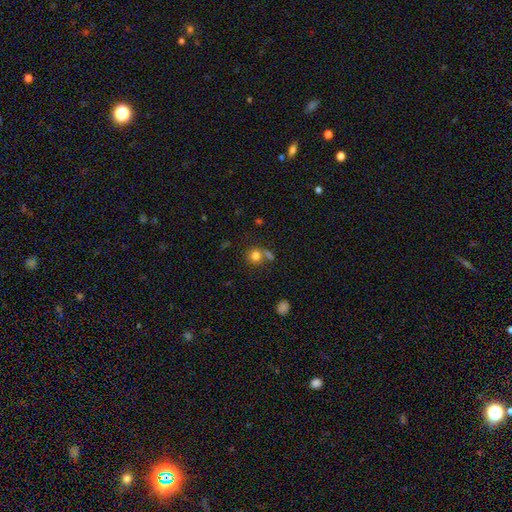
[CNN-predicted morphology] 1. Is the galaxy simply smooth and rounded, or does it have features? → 80% smooth, 12% star or artifact, 8% featured or disk.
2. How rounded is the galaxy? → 88% round, 11% in between, 1% cigar-shaped.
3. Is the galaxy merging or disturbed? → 63% none, 23% merger, 10% minor disturbance, 4% major disturbance.